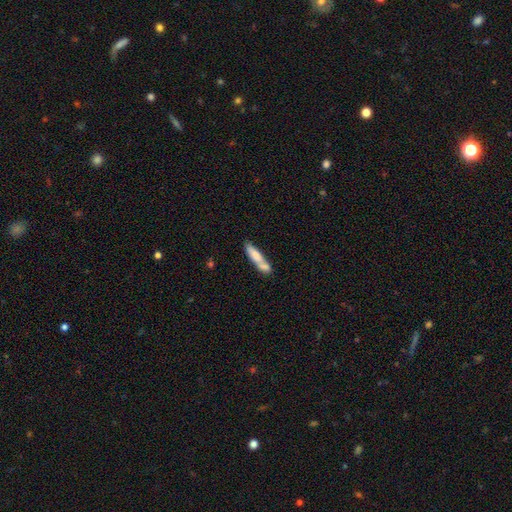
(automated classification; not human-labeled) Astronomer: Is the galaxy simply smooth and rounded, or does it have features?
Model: smooth — 71%.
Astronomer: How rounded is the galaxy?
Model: cigar-shaped — 76%.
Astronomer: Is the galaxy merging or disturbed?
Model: none — 43% (runner-up: merger, 36%).